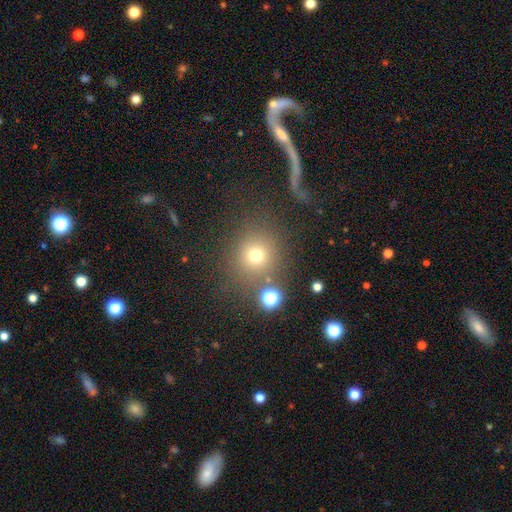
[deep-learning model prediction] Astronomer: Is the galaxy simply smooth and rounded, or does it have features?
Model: smooth — 71%.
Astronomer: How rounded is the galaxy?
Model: round — 88%.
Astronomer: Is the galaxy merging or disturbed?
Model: none — 76%.